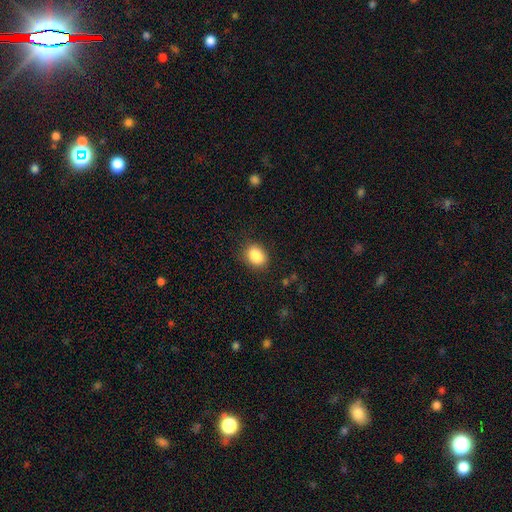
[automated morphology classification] A smooth galaxy with no disk features (88%) that is in between round and cigar-shaped (72%). Merging: none (83%).